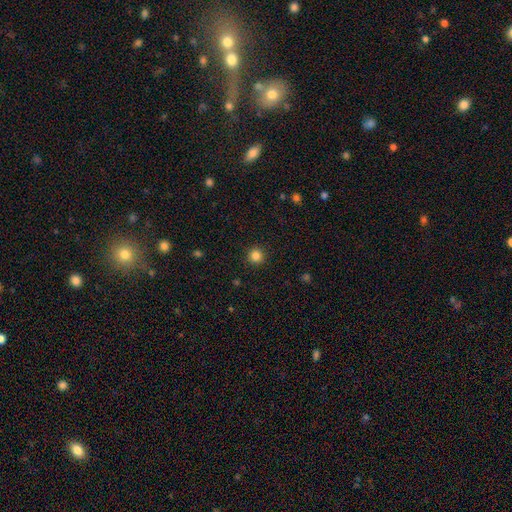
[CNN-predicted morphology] Overall: smooth (84%). How rounded: round (96%). Merging: none (93%).